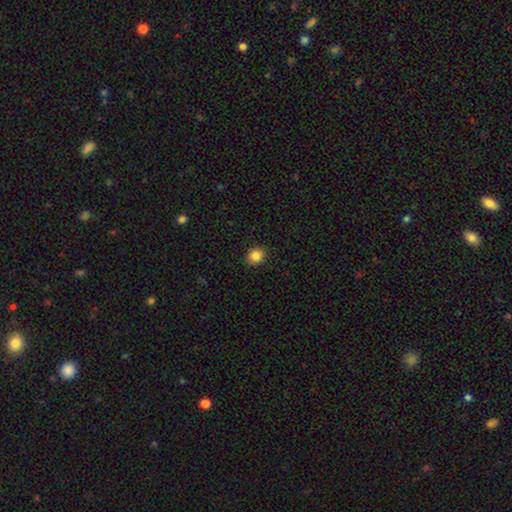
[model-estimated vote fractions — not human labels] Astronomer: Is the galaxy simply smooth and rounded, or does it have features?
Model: smooth — 84%.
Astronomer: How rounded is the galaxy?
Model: round — 63%.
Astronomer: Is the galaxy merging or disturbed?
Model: none — 90%.